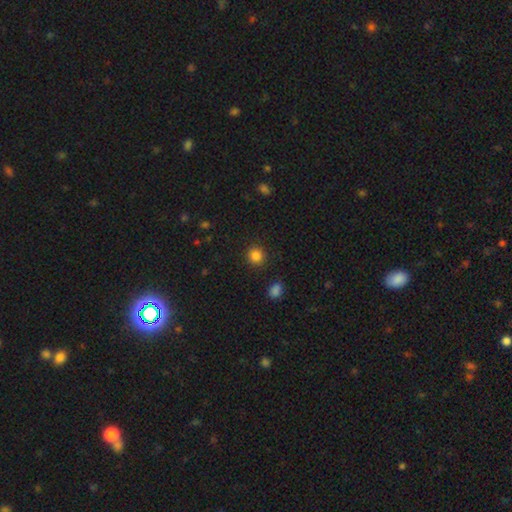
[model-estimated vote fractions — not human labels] This appears to be a smooth galaxy with no disk features (85%) that is round (92%). Merging: none (91%).